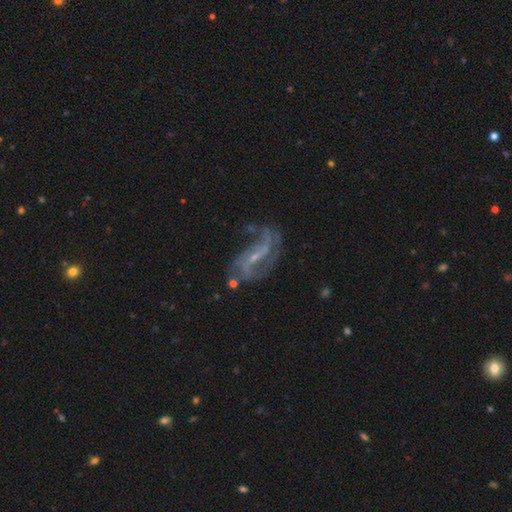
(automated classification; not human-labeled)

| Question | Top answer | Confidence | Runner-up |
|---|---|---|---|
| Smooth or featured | featured or disk | 83% | star or artifact (9%) |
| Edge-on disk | no | 94% | yes (6%) |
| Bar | weak | 43% | strong (30%) |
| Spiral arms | yes | 90% | no (10%) |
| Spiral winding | loose | 54% | medium (33%) |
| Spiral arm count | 2 | 60% | can't tell (15%) |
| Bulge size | small | 74% | moderate (15%) |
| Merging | none | 50% | major disturbance (22%) |